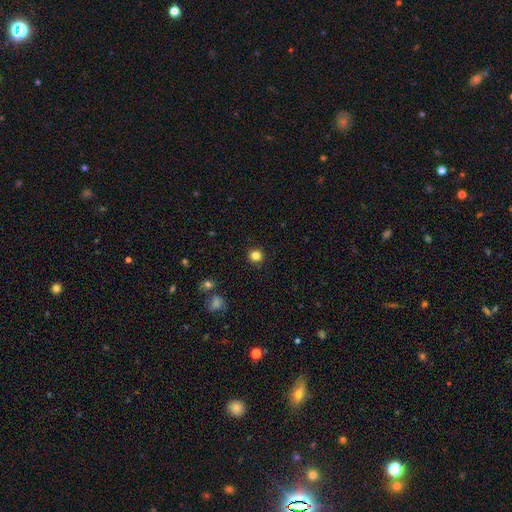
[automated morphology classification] Smooth or featured? Predicted: smooth (p=0.83). How rounded? Predicted: round (p=0.94). Merging? Predicted: none (p=0.92).